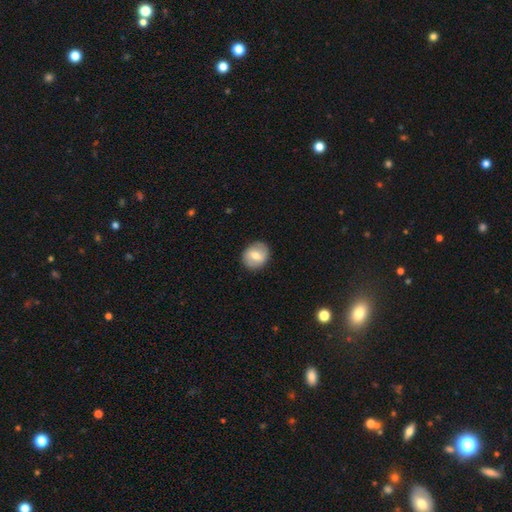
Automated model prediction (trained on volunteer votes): Smooth or featured? smooth (58%)
How rounded? round (71%)
Merging? none (87%)